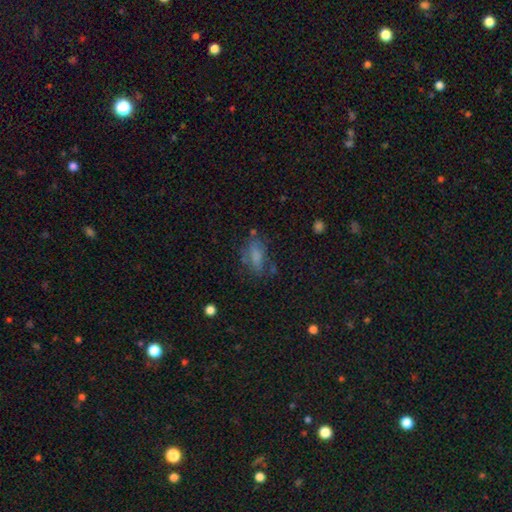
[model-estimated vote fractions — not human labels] This is likely a smooth galaxy (67%). How rounded: clearly in between (82%). Merging: possibly none (54%).